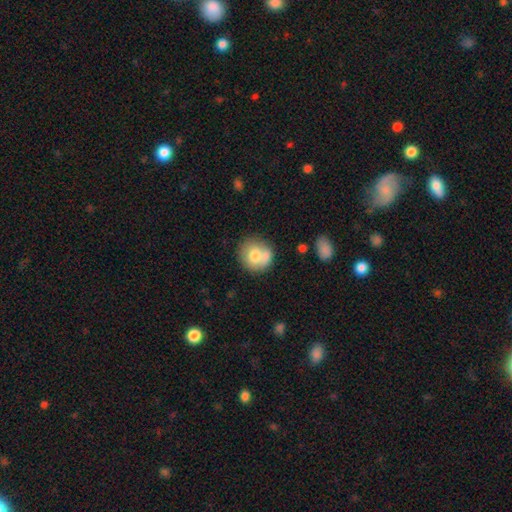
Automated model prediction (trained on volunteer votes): Q: Smooth or featured?
A: smooth (72%); runner-up: featured or disk (20%)
Q: How rounded?
A: round (85%); runner-up: in between (14%)
Q: Merging?
A: none (52%); runner-up: merger (28%)